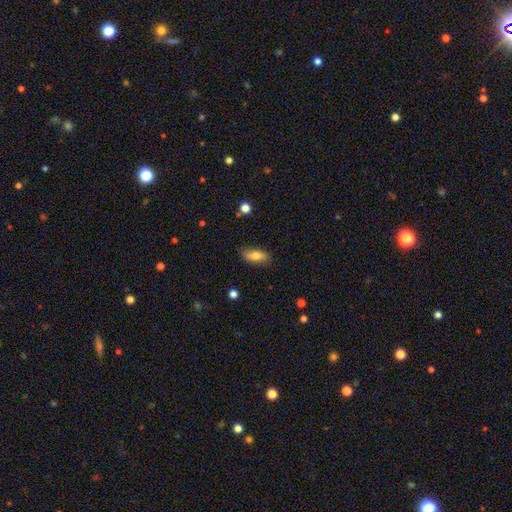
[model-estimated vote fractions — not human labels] smooth 74%, featured or disk 19%, star or artifact 7%. Down the decision tree: how rounded — in between (86%); merging — none (83%).